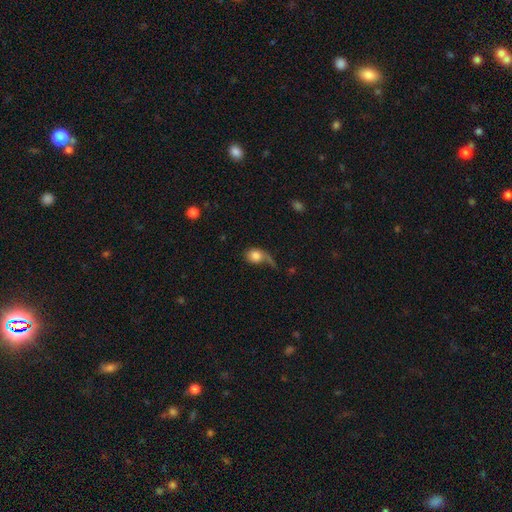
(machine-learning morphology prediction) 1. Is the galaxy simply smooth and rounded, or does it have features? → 70% smooth, 21% featured or disk, 9% star or artifact.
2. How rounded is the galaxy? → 51% round, 46% in between, 2% cigar-shaped.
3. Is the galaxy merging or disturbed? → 45% major disturbance, 26% none, 20% minor disturbance, 9% merger.